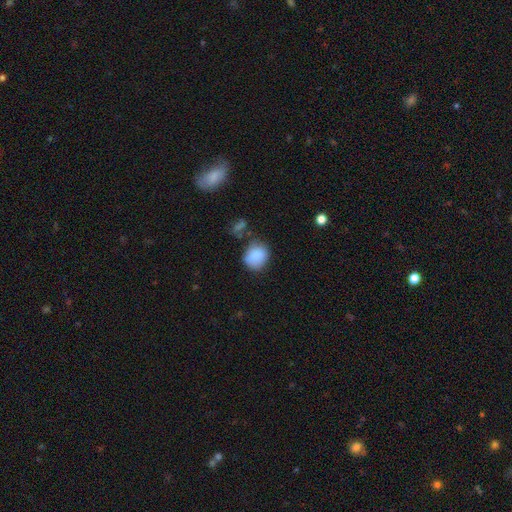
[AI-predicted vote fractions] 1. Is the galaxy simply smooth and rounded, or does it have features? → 85% smooth, 8% star or artifact, 7% featured or disk.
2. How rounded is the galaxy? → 67% round, 32% in between, 1% cigar-shaped.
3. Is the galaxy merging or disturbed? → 61% none, 24% minor disturbance, 7% merger, 7% major disturbance.